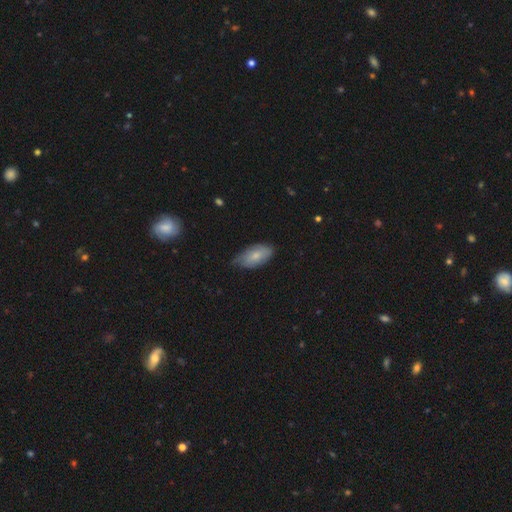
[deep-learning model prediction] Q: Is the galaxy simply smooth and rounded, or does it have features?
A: smooth — 70%.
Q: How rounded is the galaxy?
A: in between — 93%.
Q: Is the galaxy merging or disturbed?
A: none — 56%.